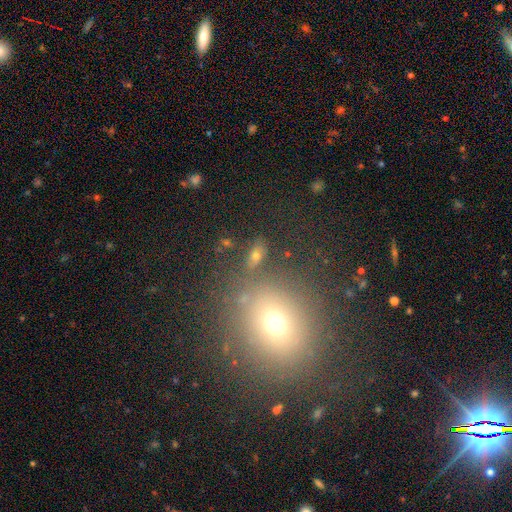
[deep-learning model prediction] Smooth or featured? smooth (66%)
How rounded? in between (80%)
Merging? none (75%)